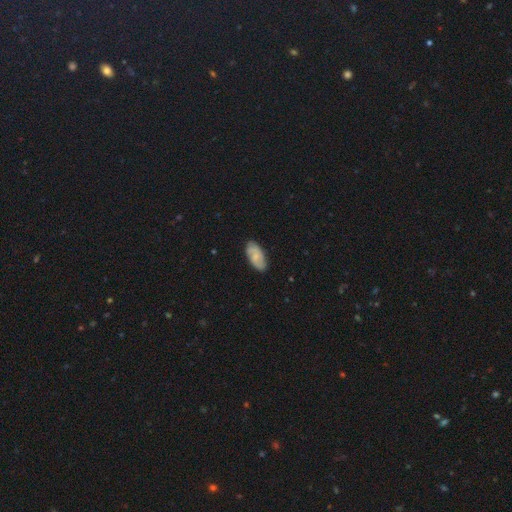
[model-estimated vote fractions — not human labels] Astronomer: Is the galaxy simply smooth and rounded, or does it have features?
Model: featured or disk — 50% (runner-up: smooth, 44%).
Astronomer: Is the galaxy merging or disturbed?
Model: none — 80%.